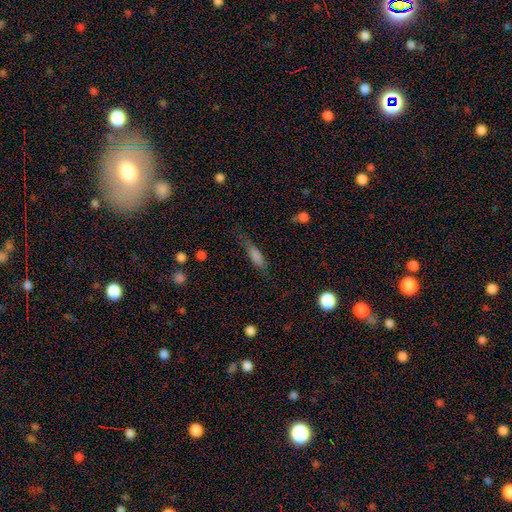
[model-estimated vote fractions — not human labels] This appears to be a smooth galaxy with no disk features (59%) that is cigar-shaped (65%). Merging: none (69%).